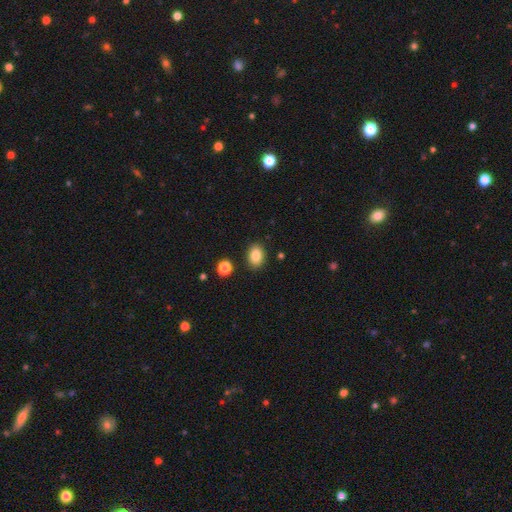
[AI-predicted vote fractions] This appears to be a smooth galaxy with no disk features (86%) that is in between round and cigar-shaped (74%). Merging: none (87%).